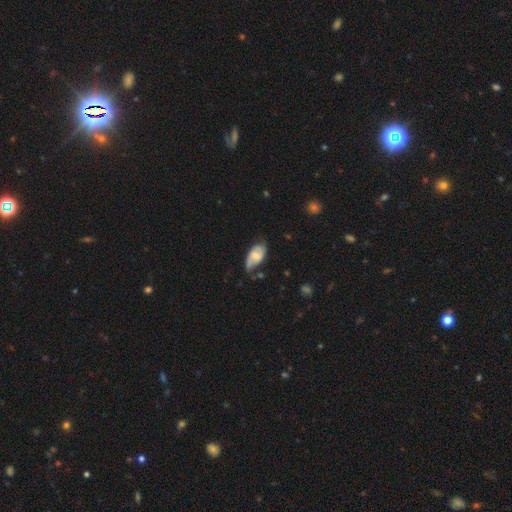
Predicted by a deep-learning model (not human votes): smooth-or-featured: featured or disk: 50% | smooth: 43% | star or artifact: 7%
  merging: none: 49% | minor disturbance: 36% | major disturbance: 12% | merger: 3%